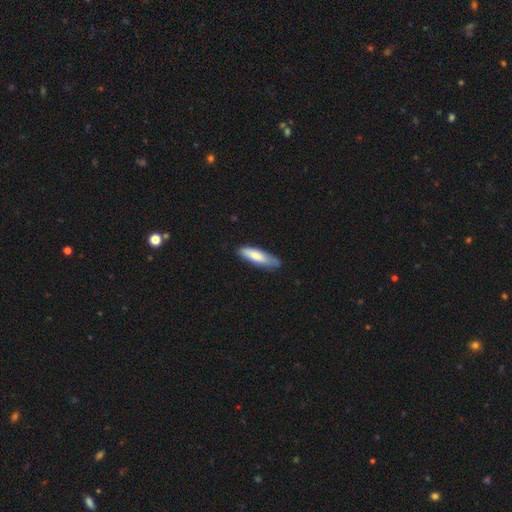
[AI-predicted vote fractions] The model was most divided on "how rounded": cigar-shaped: 65%, in between: 34%, round: 1%. More confident: smooth or featured — smooth (78%); merging — none (73%).